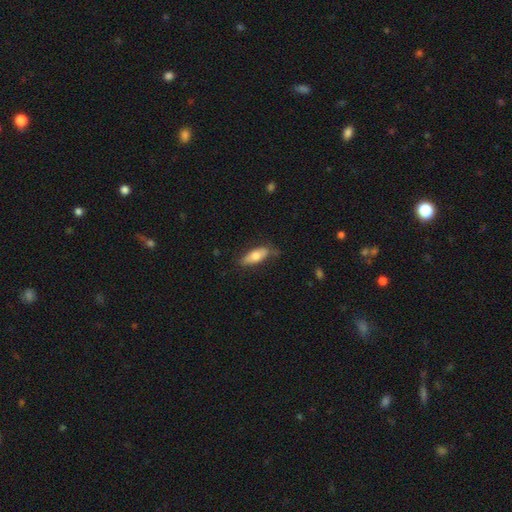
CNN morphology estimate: Smooth or featured? Predicted: smooth (p=0.69). How rounded? Predicted: in between (p=0.67). Merging? Predicted: none (p=0.72).